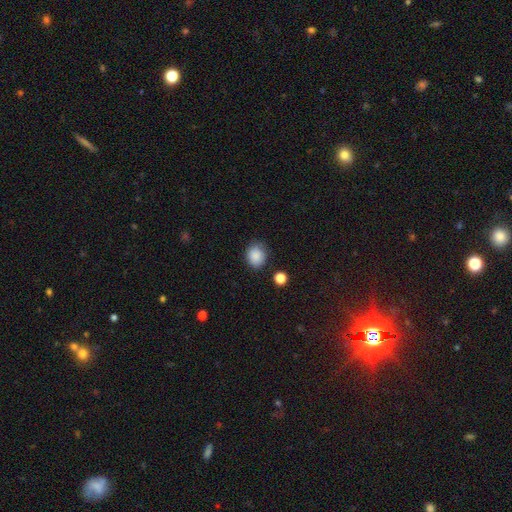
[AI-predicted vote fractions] Smooth or featured? Predicted: smooth (p=0.87). How rounded? Predicted: round (p=0.69). Merging? Predicted: none (p=0.76).